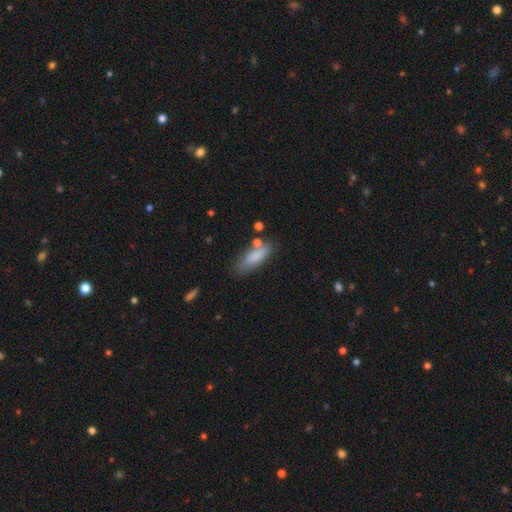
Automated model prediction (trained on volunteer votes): Smooth or featured?
  - smooth: 81% *
  - featured or disk: 12%
  - star or artifact: 7%
How rounded?
  - in between: 54% *
  - cigar-shaped: 44%
  - round: 2%
Merging?
  - none: 67% *
  - minor disturbance: 19%
  - merger: 8%
  - major disturbance: 5%